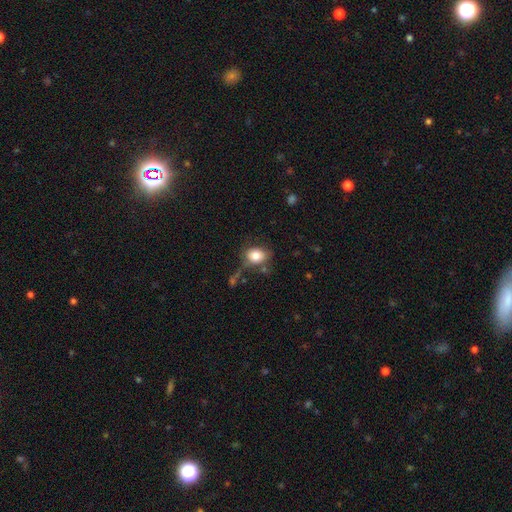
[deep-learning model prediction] Q: Smooth or featured?
A: smooth (81%); runner-up: featured or disk (10%)
Q: How rounded?
A: in between (56%); runner-up: round (43%)
Q: Merging?
A: none (62%); runner-up: minor disturbance (21%)